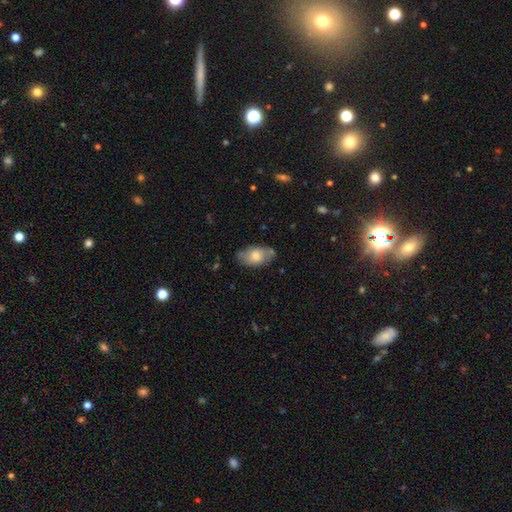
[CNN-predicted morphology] type=smooth (68%); roundness=in between (93%); merging=none (69%).